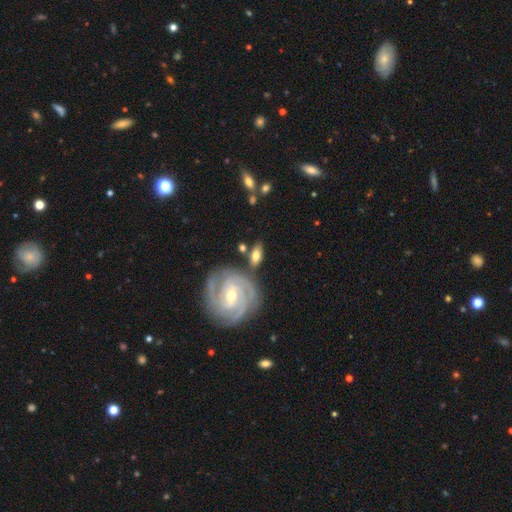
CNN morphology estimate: The model was most divided on "smooth or featured": featured or disk: 48%, smooth: 45%, star or artifact: 7%. More confident: merging — none (69%).